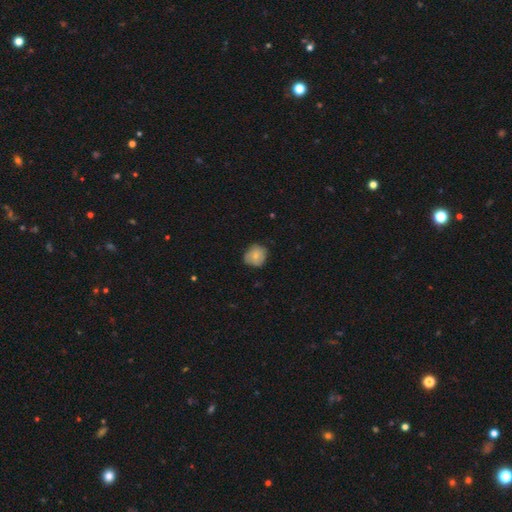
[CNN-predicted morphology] The model was most divided on "merging": none: 69%, minor disturbance: 26%, major disturbance: 4%, merger: 1%. More confident: how rounded — round (81%); smooth or featured — smooth (75%).